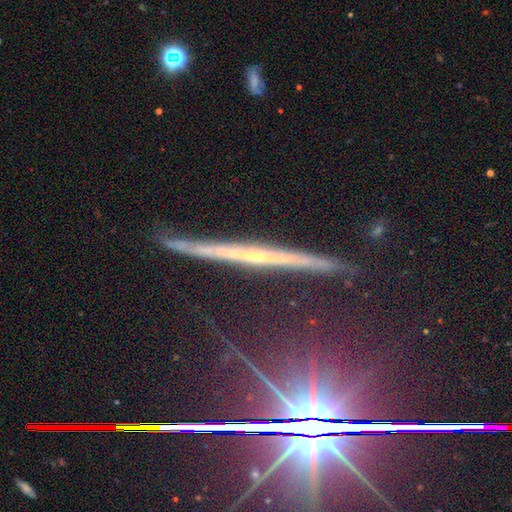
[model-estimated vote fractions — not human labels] Smooth or featured?
  - featured or disk: 69% *
  - star or artifact: 16%
  - smooth: 15%
Edge-on disk?
  - yes: 96% *
  - no: 4%
Edge-on bulge?
  - none: 51% *
  - rounded: 40%
  - boxy: 8%
Merging?
  - none: 81% *
  - minor disturbance: 14%
  - major disturbance: 3%
  - merger: 2%